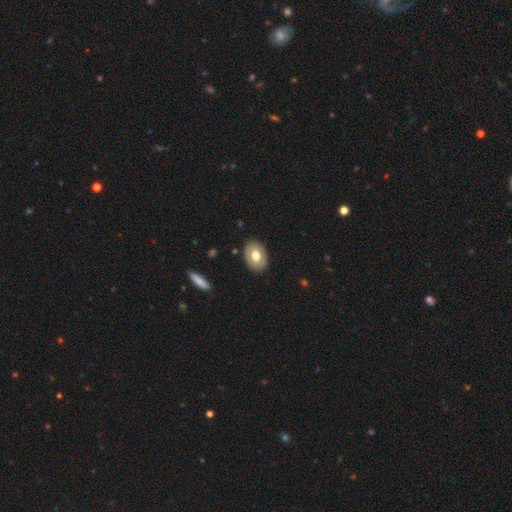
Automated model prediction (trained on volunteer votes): A smooth galaxy with no disk features (68%) that is in between round and cigar-shaped (80%).

Vote fractions:
- Smooth or featured? smooth: 68% / featured or disk: 26% / star or artifact: 6%
- How rounded? in between: 80% / round: 19% / cigar-shaped: 1%
- Merging? none: 88% / minor disturbance: 9% / major disturbance: 2% / merger: 1%